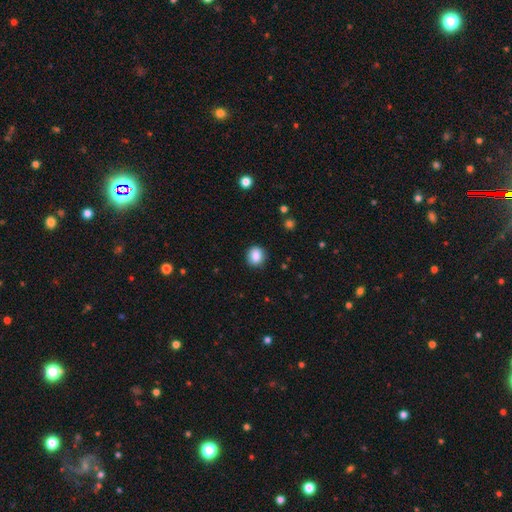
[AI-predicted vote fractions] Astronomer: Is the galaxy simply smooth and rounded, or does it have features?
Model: smooth — 87%.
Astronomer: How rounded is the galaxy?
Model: round — 71%.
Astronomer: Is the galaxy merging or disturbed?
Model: none — 89%.